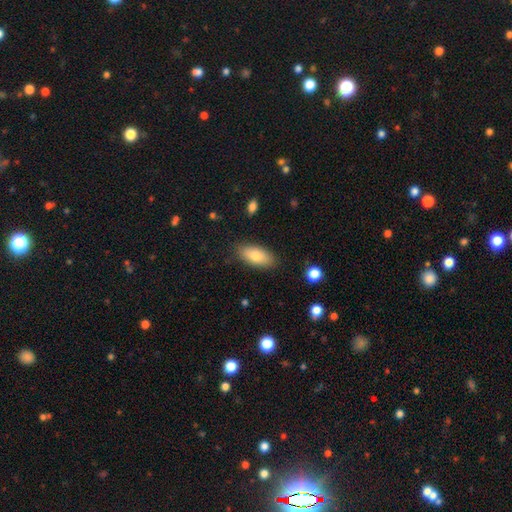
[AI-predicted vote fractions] Smooth or featured? smooth (78%)
How rounded? in between (88%)
Merging? none (85%)